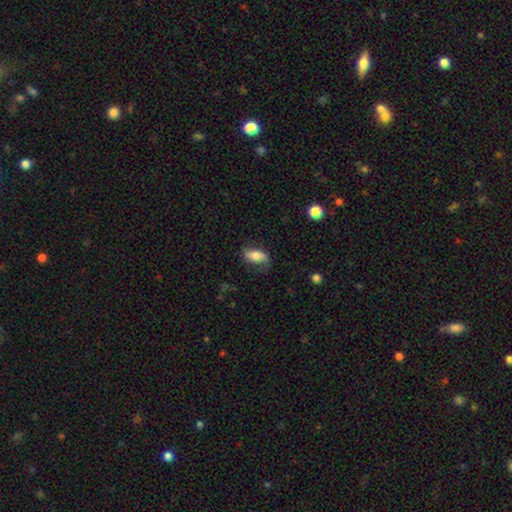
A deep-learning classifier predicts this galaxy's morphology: Smooth or featured?
  - smooth: 62% *
  - featured or disk: 31%
  - star or artifact: 7%
How rounded?
  - in between: 86% *
  - cigar-shaped: 10%
  - round: 4%
Merging?
  - none: 63% *
  - minor disturbance: 23%
  - major disturbance: 12%
  - merger: 2%